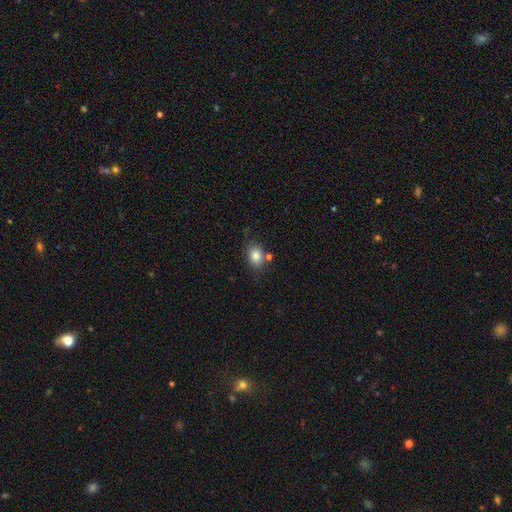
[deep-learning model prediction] This appears to be a smooth galaxy with no disk features (84%) that is in between round and cigar-shaped (57%). Merging: none (72%).